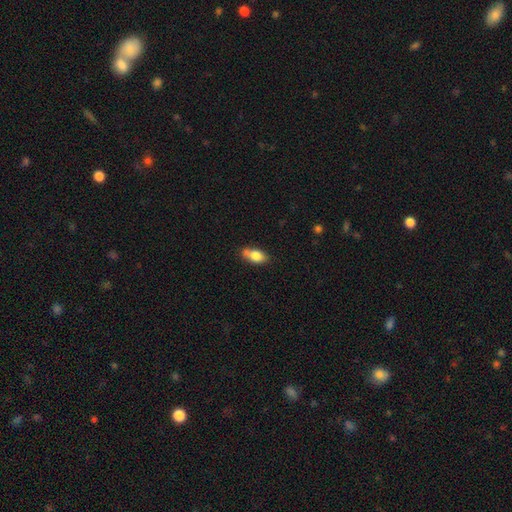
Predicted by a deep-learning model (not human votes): Smooth or featured?
  - smooth: 78% *
  - featured or disk: 14%
  - star or artifact: 8%
How rounded?
  - in between: 86% *
  - round: 8%
  - cigar-shaped: 6%
Merging?
  - none: 54% *
  - minor disturbance: 24%
  - merger: 16%
  - major disturbance: 6%